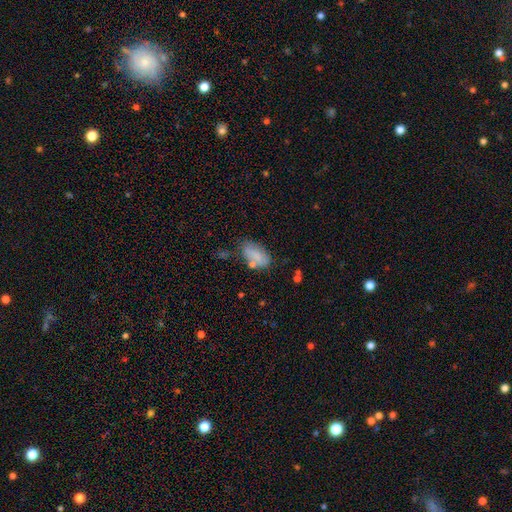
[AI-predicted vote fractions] Smooth or featured? smooth (76%)
How rounded? in between (92%)
Merging? none (59%)